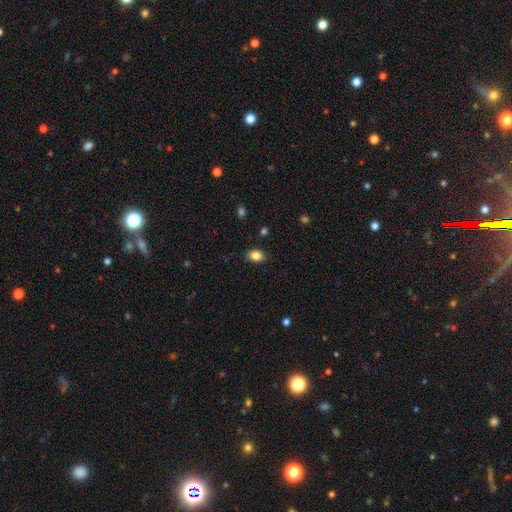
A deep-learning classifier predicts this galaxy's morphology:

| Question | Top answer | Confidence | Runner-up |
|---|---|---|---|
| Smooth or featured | smooth | 85% | star or artifact (9%) |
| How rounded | in between | 74% | round (25%) |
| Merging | none | 86% | minor disturbance (11%) |